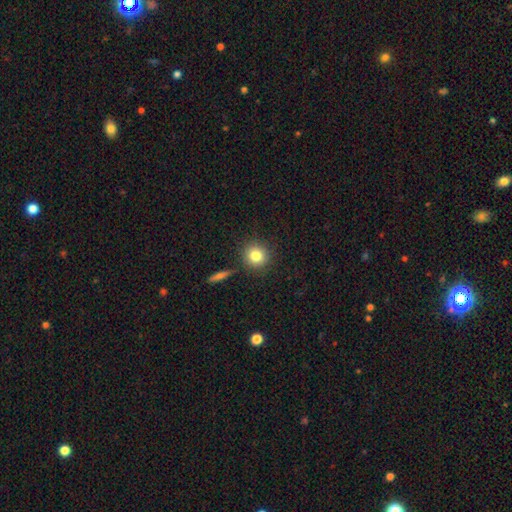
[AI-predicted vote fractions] This is clearly a smooth galaxy (81%). How rounded: clearly round (91%). Merging: clearly none (87%).